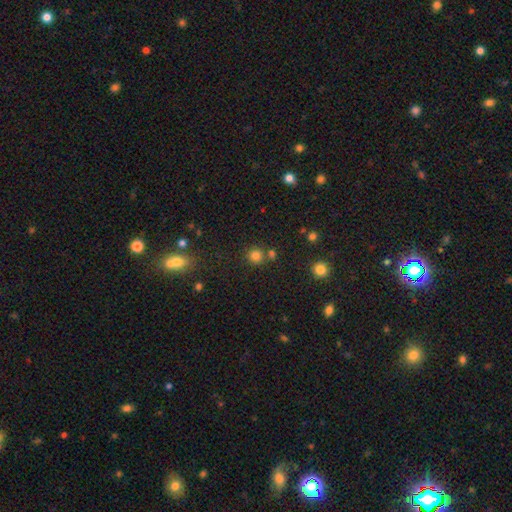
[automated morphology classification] A smooth galaxy with no disk features (78%) that is round (92%). Merging: none (74%).